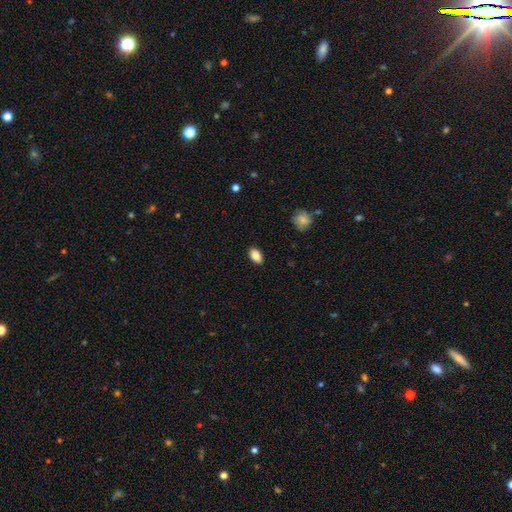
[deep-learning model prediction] Smooth or featured?
  - smooth: 87% *
  - star or artifact: 8%
  - featured or disk: 6%
How rounded?
  - in between: 92% *
  - round: 6%
  - cigar-shaped: 3%
Merging?
  - none: 89% *
  - minor disturbance: 8%
  - major disturbance: 2%
  - merger: 1%